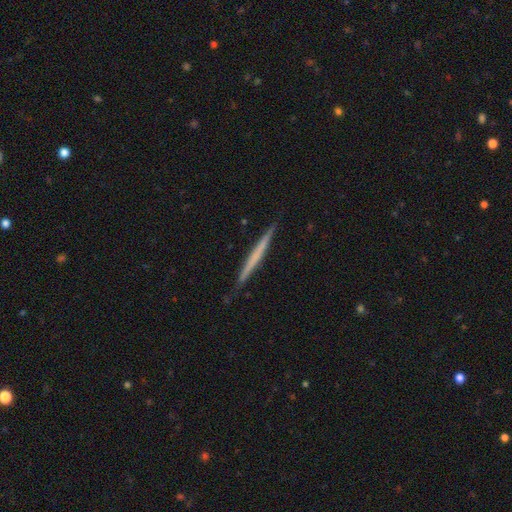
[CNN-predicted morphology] This appears to be a featured or disk galaxy (52%) viewed edge-on (98%) with no central bulge (89%). Merging: none (90%).